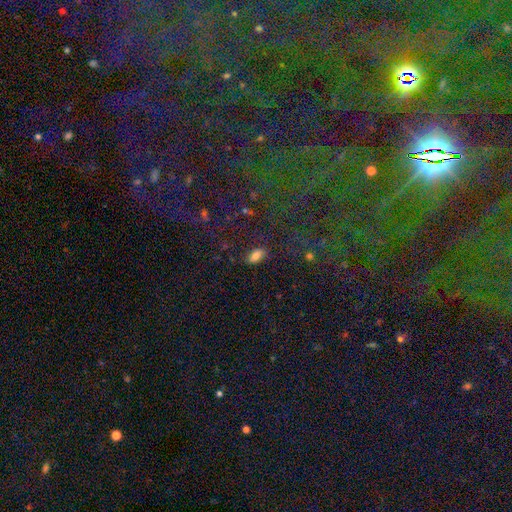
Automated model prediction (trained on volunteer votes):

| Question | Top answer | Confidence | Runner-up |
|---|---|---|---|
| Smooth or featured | smooth | 80% | star or artifact (13%) |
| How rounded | in between | 90% | cigar-shaped (6%) |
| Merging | none | 82% | minor disturbance (12%) |